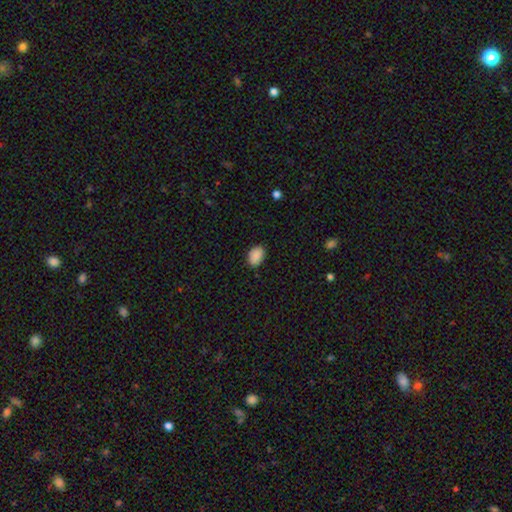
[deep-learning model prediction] smooth-or-featured: smooth: 90% | star or artifact: 8% | featured or disk: 3%
  how-rounded: in between: 84% | round: 15% | cigar-shaped: 1%
  merging: none: 85% | minor disturbance: 11% | major disturbance: 2% | merger: 1%